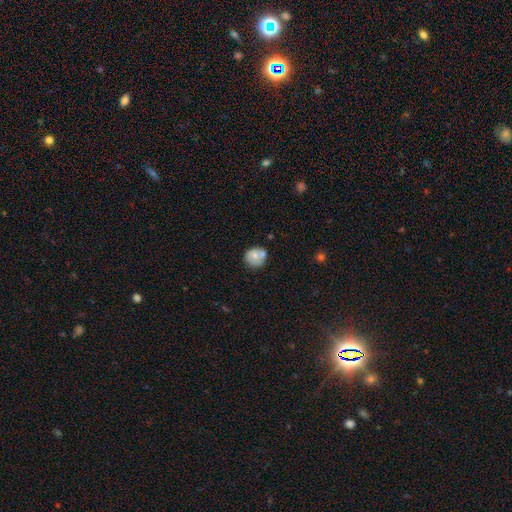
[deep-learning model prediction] Smooth or featured?
  - smooth: 68% *
  - featured or disk: 24%
  - star or artifact: 8%
How rounded?
  - round: 78% *
  - in between: 21%
  - cigar-shaped: 1%
Merging?
  - none: 53% *
  - merger: 22%
  - minor disturbance: 20%
  - major disturbance: 6%